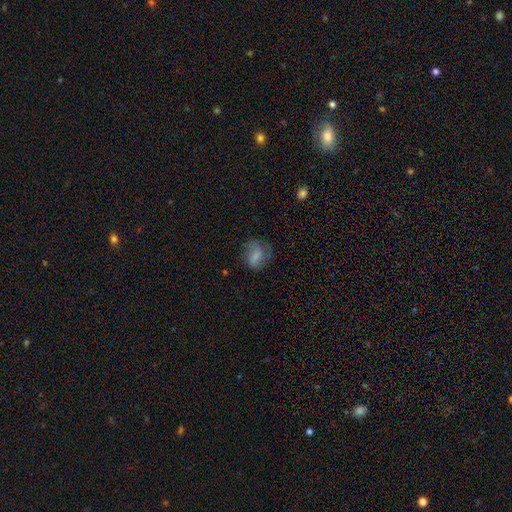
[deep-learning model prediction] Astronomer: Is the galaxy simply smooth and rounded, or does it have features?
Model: smooth — 67%.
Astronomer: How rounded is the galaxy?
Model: in between — 55% (runner-up: round, 43%).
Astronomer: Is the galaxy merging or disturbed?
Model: none — 51% (runner-up: minor disturbance, 27%).